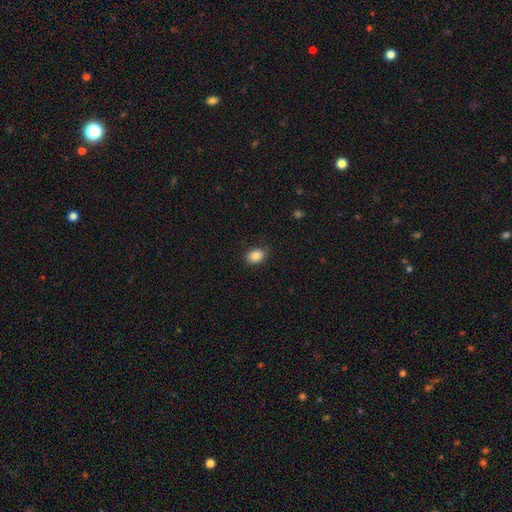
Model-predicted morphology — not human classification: smooth 87%, star or artifact 9%, featured or disk 5%. Down the decision tree: how rounded — in between (71%); merging — none (84%).